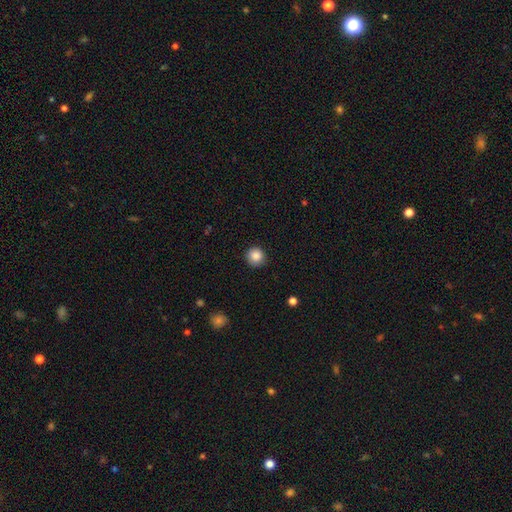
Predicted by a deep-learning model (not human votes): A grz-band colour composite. It shows a smooth galaxy with no disk features (86%) that is round (93%). Merging: none (87%).